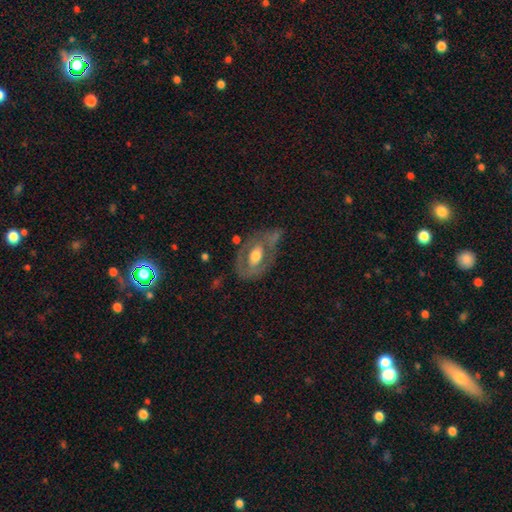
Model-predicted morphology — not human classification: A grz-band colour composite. It shows a featured or disk galaxy (59%) with no bar (63%), no spiral arms (70%) and a moderate central bulge (62%). Merging: none (53%).